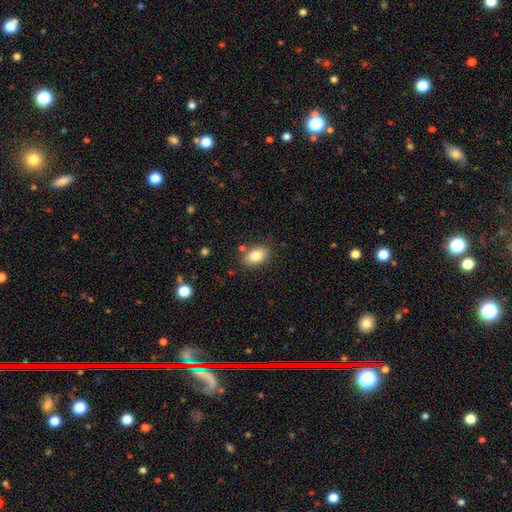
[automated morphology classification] This is clearly a smooth galaxy (83%). How rounded: clearly in between (88%). Merging: clearly none (82%).